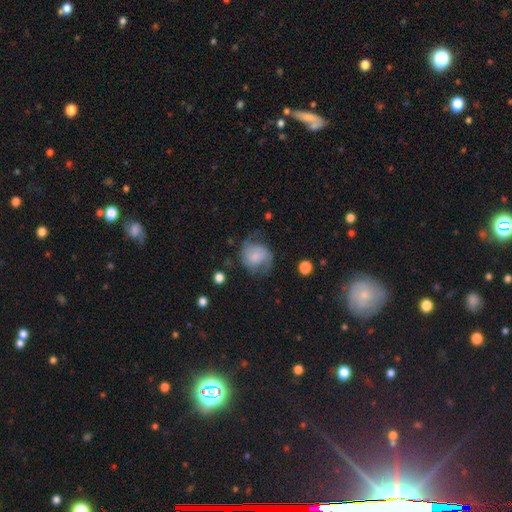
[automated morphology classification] A smooth galaxy with no disk features (46%, tied with featured or disk).

Vote fractions:
- Smooth or featured? smooth: 46% (tied) / featured or disk: 46% (tied) / star or artifact: 8%
- Merging? none: 52% / minor disturbance: 26% / major disturbance: 20% / merger: 2%